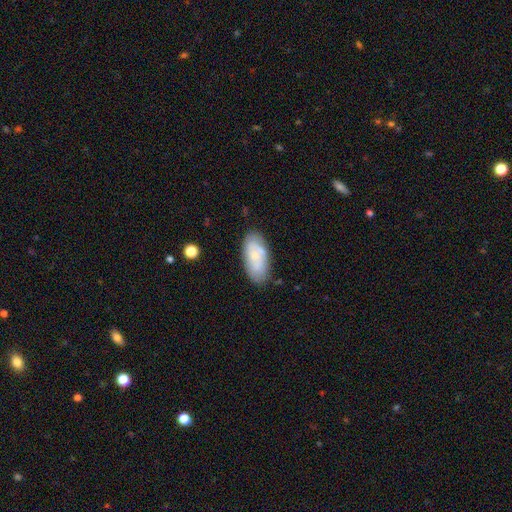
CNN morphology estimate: Q: Smooth or featured?
A: smooth (56%); runner-up: featured or disk (38%)
Q: How rounded?
A: in between (90%); runner-up: cigar-shaped (7%)
Q: Merging?
A: none (76%); runner-up: minor disturbance (16%)